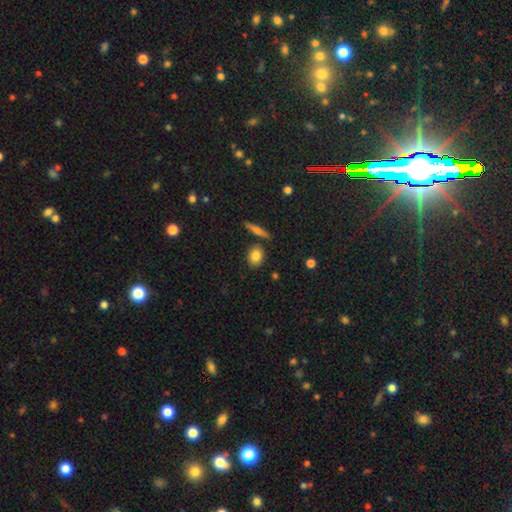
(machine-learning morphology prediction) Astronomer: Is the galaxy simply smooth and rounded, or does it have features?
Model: smooth — 82%.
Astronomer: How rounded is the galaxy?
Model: round — 55% (runner-up: in between, 41%).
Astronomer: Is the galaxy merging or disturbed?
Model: none — 80%.